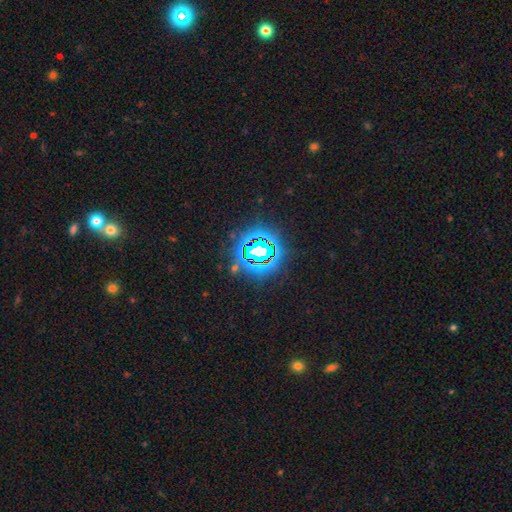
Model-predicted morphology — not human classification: The model was most divided on "smooth or featured": star or artifact: 80%, smooth: 12%, featured or disk: 8%.